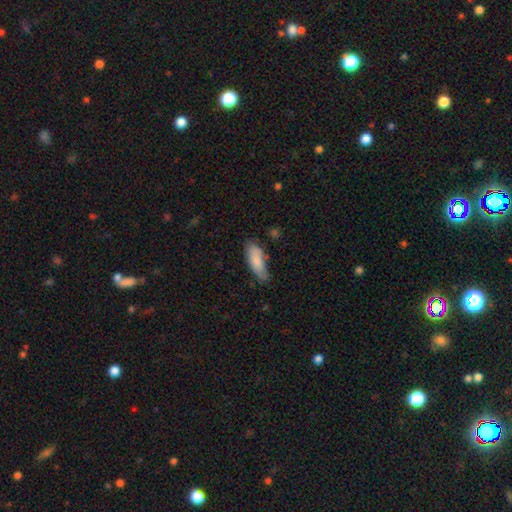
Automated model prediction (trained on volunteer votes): Morphology: type=smooth (81%); roundness=in between (65%); merging=none (62%).